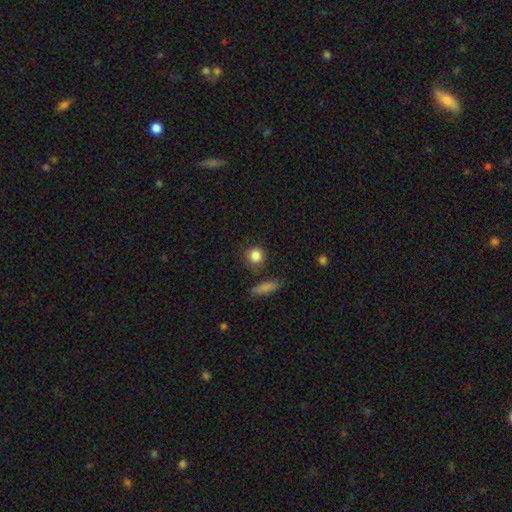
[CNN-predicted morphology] Smooth or featured?
  - smooth: 84% *
  - star or artifact: 9%
  - featured or disk: 6%
How rounded?
  - round: 86% *
  - in between: 12%
  - cigar-shaped: 2%
Merging?
  - none: 78% *
  - minor disturbance: 13%
  - merger: 5%
  - major disturbance: 4%